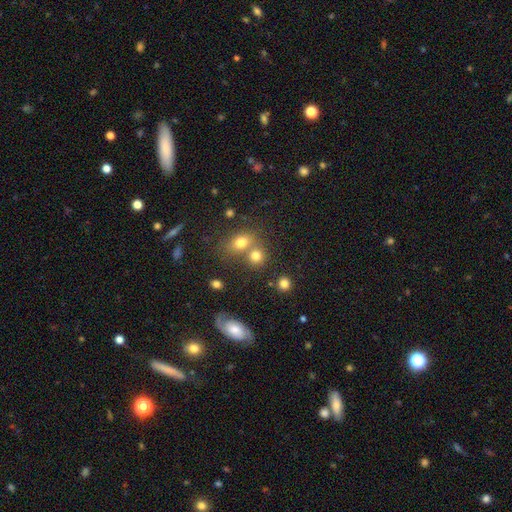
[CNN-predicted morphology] Smooth or featured? Predicted: smooth (p=0.75). How rounded? Predicted: round (p=0.66). Merging? Predicted: none (p=0.45).